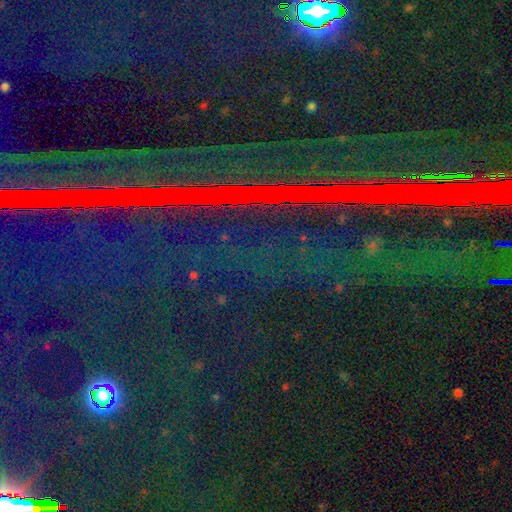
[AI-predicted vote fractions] A star or artifact, not a galaxy (87%).

Vote fractions:
- Smooth or featured? star or artifact: 87% / featured or disk: 7% / smooth: 6%